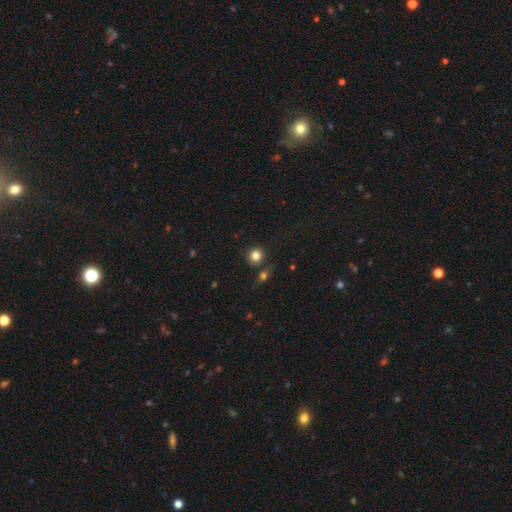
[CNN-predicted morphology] smooth 82%, star or artifact 12%, featured or disk 6%. Down the decision tree: how rounded — round (87%); merging — none (78%).